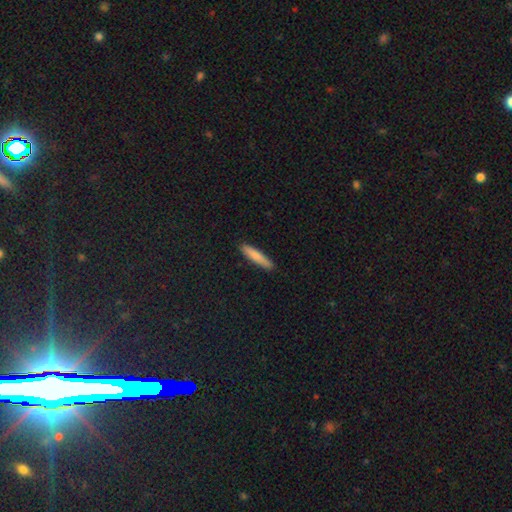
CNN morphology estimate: smooth 78%, featured or disk 16%, star or artifact 6%. Down the decision tree: how rounded — cigar-shaped (89%); merging — none (89%).